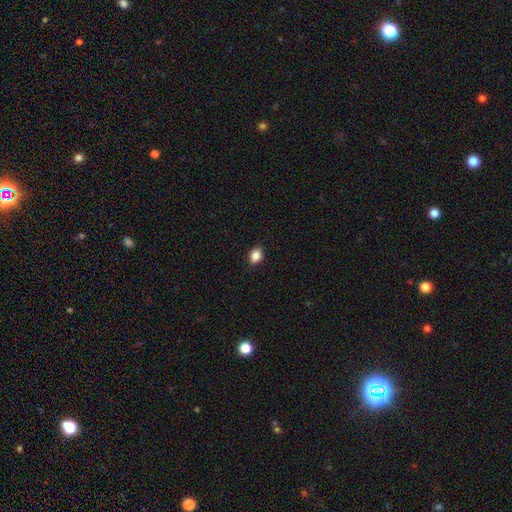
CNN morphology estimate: smooth-or-featured: smooth: 87% | star or artifact: 9% | featured or disk: 4%
  how-rounded: in between: 71% | round: 28% | cigar-shaped: 1%
  merging: none: 88% | minor disturbance: 9% | major disturbance: 2% | merger: 1%